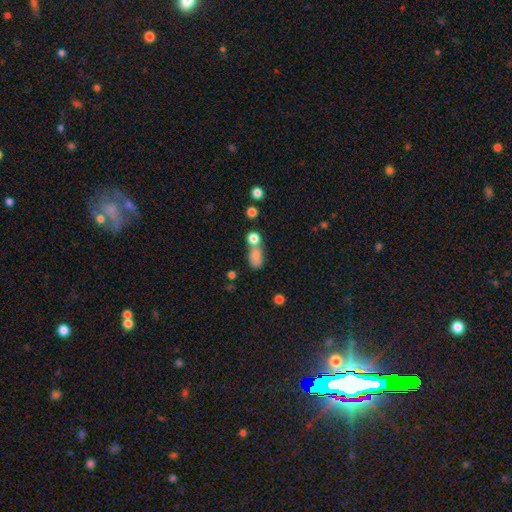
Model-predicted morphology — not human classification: This is likely a smooth galaxy (79%). How rounded: likely in between (75%). Merging: marginally merger (41%).